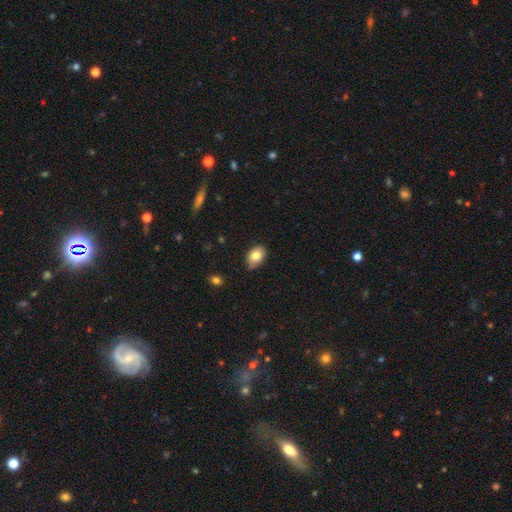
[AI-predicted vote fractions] This is likely a smooth galaxy (79%). How rounded: clearly in between (82%). Merging: likely none (71%).